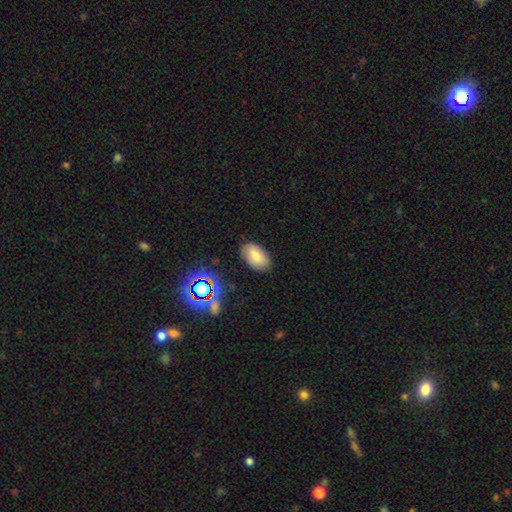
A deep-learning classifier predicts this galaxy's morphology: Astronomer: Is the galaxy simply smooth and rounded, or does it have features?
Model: smooth — 75%.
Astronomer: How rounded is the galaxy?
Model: in between — 93%.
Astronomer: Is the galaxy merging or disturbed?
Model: none — 84%.